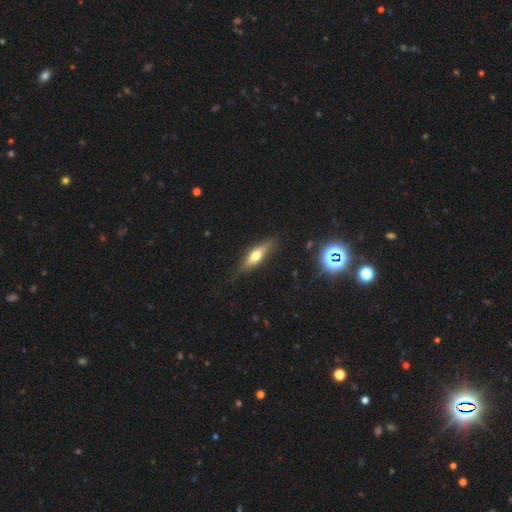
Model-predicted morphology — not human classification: Smooth or featured? smooth (52%)
How rounded? cigar-shaped (57%)
Merging? none (80%)